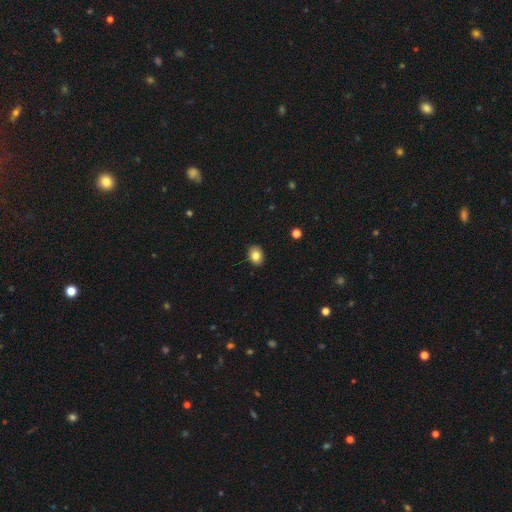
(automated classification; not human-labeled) This appears to be a smooth galaxy with no disk features (83%) that is in between round and cigar-shaped (64%). Merging: none (90%).